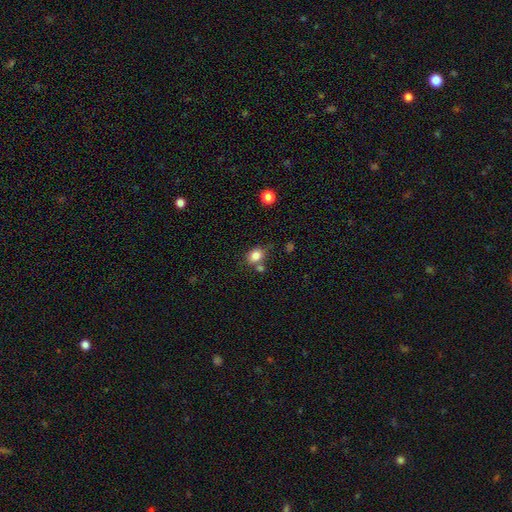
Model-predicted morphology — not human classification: Smooth or featured: smooth — 83% (star or artifact — 10%)
How rounded: in between — 57% (round — 42%)
Merging: none — 63% (merger — 16%)